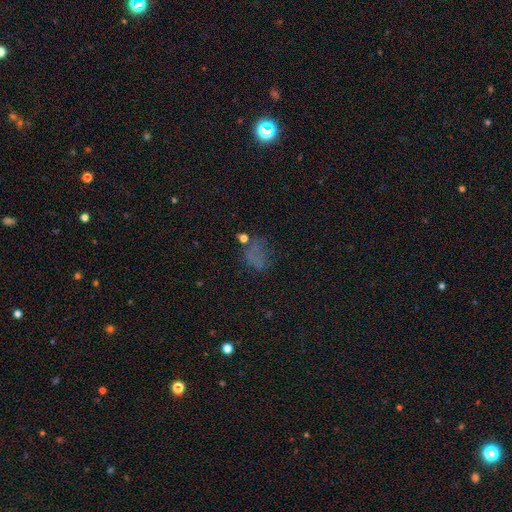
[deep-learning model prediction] smooth_or_featured: smooth (p=0.46) [alt: star or artifact p=0.34]
merging: none (p=0.52) [alt: major disturbance p=0.20]